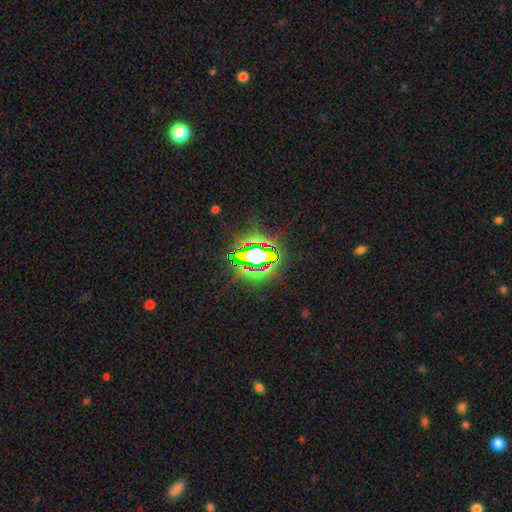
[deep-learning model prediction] A star or artifact, not a galaxy (73%).